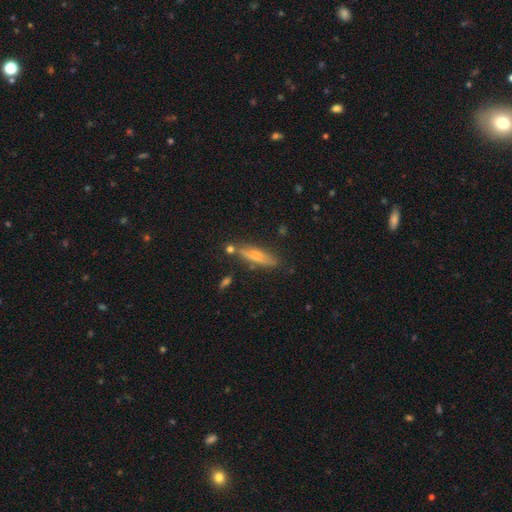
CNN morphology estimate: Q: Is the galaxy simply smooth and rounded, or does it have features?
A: smooth — 62%.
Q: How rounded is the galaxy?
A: cigar-shaped — 73%.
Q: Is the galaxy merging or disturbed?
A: none — 72%.